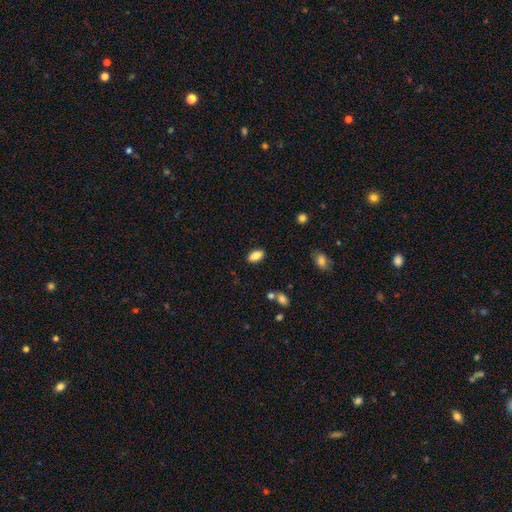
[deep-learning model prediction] smooth 84%, featured or disk 8%, star or artifact 8%. Down the decision tree: how rounded — in between (89%); merging — none (87%).